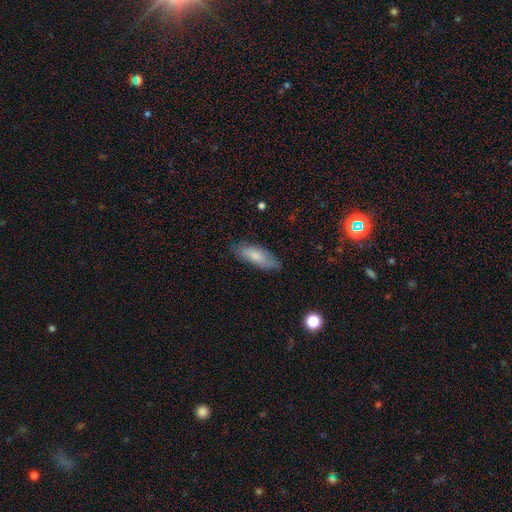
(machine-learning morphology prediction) smooth_or_featured: smooth (p=0.75) [alt: featured or disk p=0.19]
how_rounded: in between (p=0.61) [alt: cigar-shaped p=0.37]
merging: none (p=0.77) [alt: minor disturbance p=0.19]